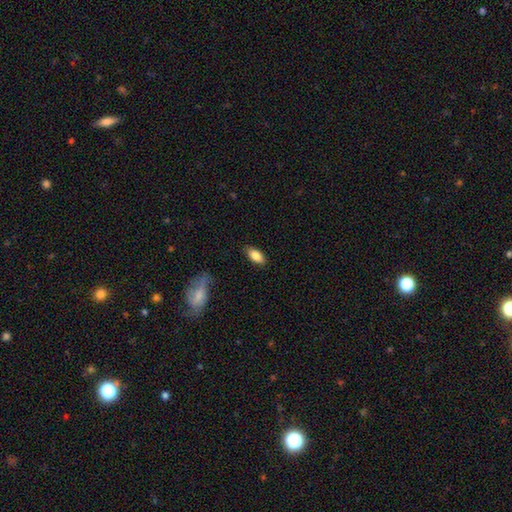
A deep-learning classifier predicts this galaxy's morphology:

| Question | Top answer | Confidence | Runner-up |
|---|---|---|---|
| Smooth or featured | smooth | 85% | featured or disk (9%) |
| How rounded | in between | 88% | cigar-shaped (10%) |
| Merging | none | 85% | minor disturbance (11%) |